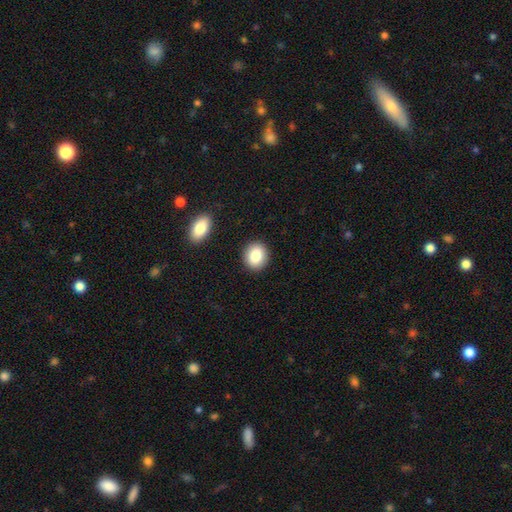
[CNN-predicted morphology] This is clearly a smooth galaxy (85%). How rounded: likely round (65%). Merging: clearly none (90%).